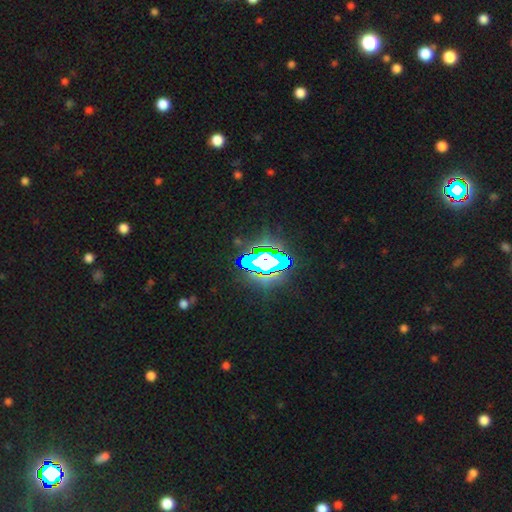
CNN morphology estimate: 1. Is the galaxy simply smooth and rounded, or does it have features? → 82% star or artifact, 10% smooth, 8% featured or disk.